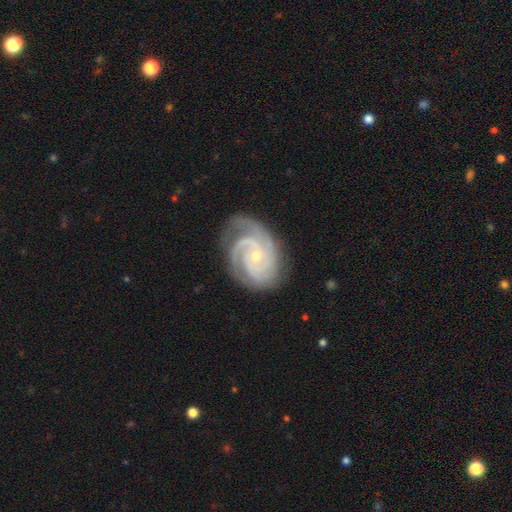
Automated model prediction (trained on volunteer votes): Smooth or featured? Predicted: featured or disk (p=0.92). Edge-on disk? Predicted: no (p=0.98). Bar? Predicted: no (p=0.68). Spiral arms? Predicted: yes (p=0.99). Spiral winding? Predicted: tight (p=0.66). Spiral arm count? Predicted: 3 (p=0.48). Bulge size? Predicted: small (p=0.72). Merging? Predicted: none (p=0.73).